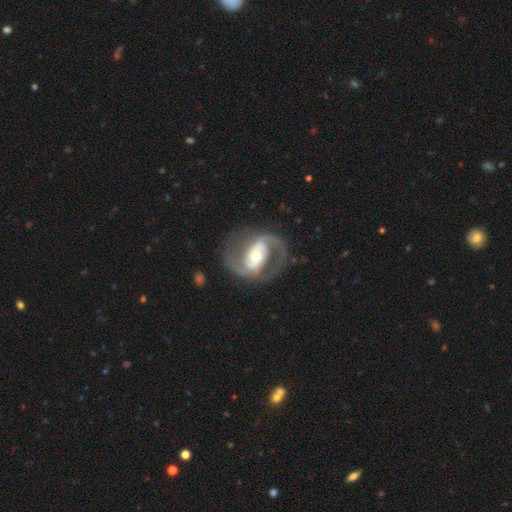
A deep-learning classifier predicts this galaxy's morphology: This appears to be a featured or disk galaxy (89%) with a weak bar (34%, tied with no), 2 (91%) medium (56%) spiral arms (95%) and a moderate central bulge (64%). Merging: none (76%).